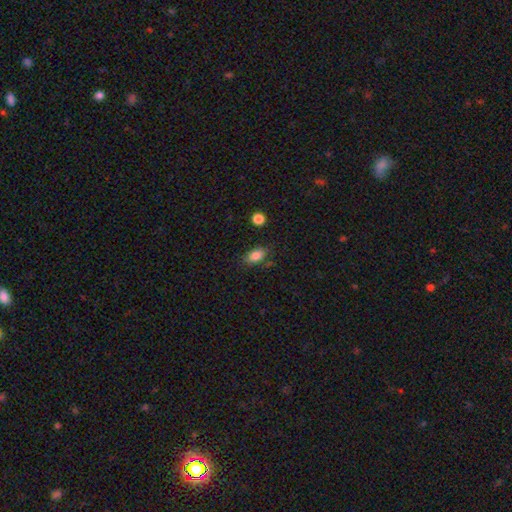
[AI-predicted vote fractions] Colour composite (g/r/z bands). It shows a smooth galaxy with no disk features (84%) that is in between round and cigar-shaped (86%). Merging: none (78%).